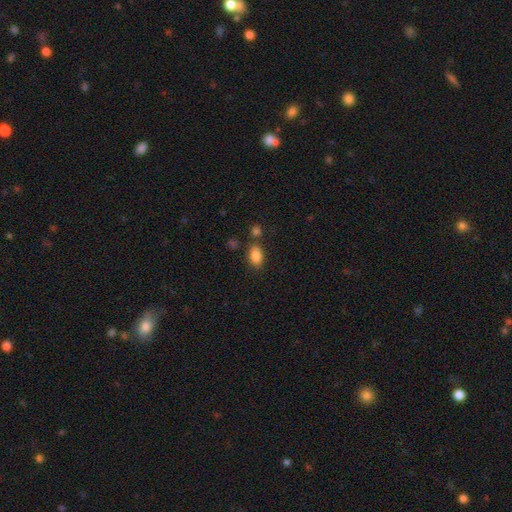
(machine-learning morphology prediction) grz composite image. It shows a smooth galaxy with no disk features (85%) that is in between round and cigar-shaped (89%). Merging: none (73%).